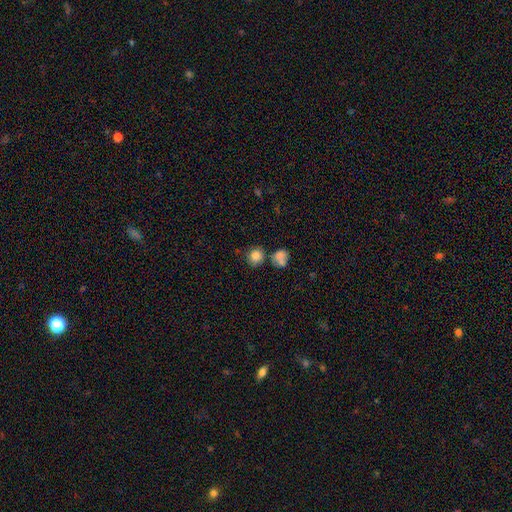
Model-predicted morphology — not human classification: The model was most divided on "merging": none: 62%, merger: 22%, minor disturbance: 12%, major disturbance: 5%. More confident: how rounded — round (86%); smooth or featured — smooth (83%).